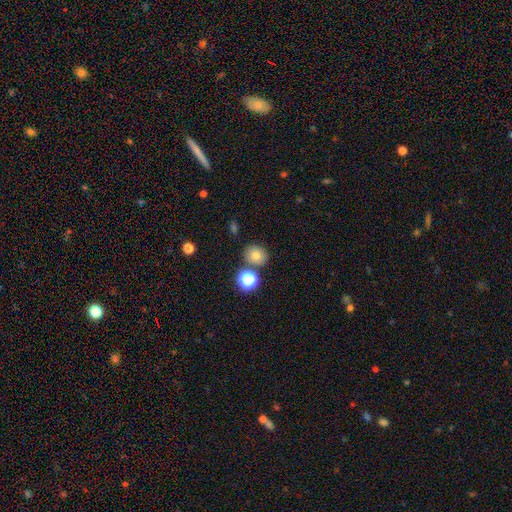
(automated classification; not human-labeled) A smooth galaxy with no disk features (74%) that is round (75%).

Vote fractions:
- Smooth or featured? smooth: 74% / star or artifact: 18% / featured or disk: 8%
- How rounded? round: 75% / in between: 24% / cigar-shaped: 1%
- Merging? none: 78% / merger: 10% / minor disturbance: 9% / major disturbance: 3%